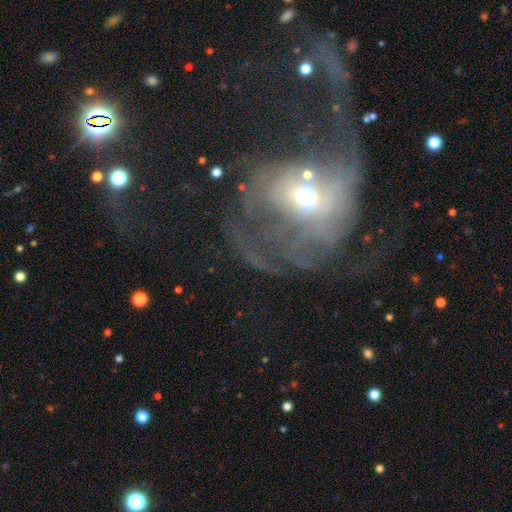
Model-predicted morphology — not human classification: The model was most divided on "smooth or featured": featured or disk: 54%, smooth: 27%, star or artifact: 19%. More confident: edge-on disk — no (95%); bar — no (76%); spiral arms — no (63%); bulge size — moderate (61%); merging — major disturbance (53%).